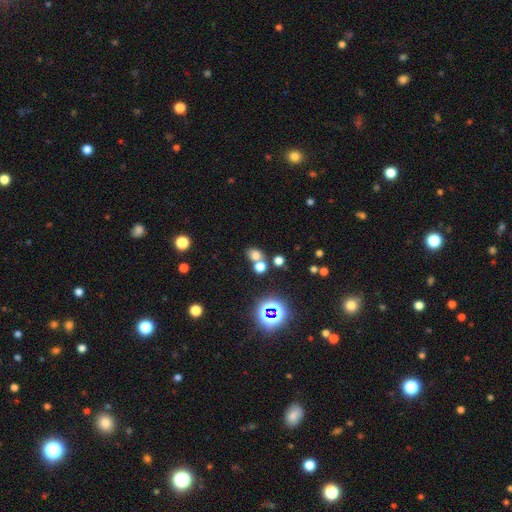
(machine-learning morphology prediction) Smooth or featured? smooth (66%)
How rounded? round (58%)
Merging? none (51%)